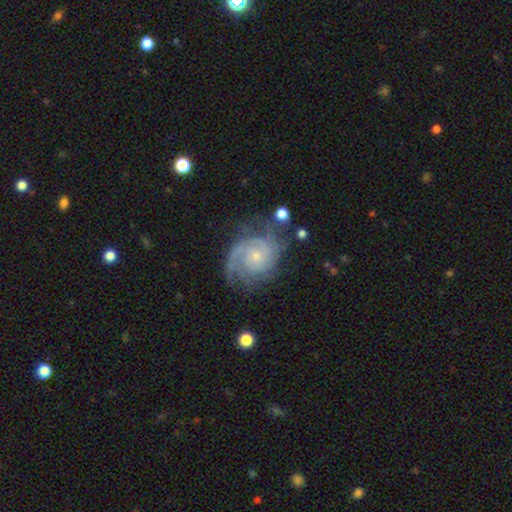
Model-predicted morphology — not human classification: featured or disk 87%, smooth 8%, star or artifact 5%. Down the decision tree: edge-on disk — no (98%); bar — no (74%); spiral arms — yes (97%); spiral arm count — 2 (34%); spiral winding — tight (59%); bulge size — small (76%); merging — none (63%).